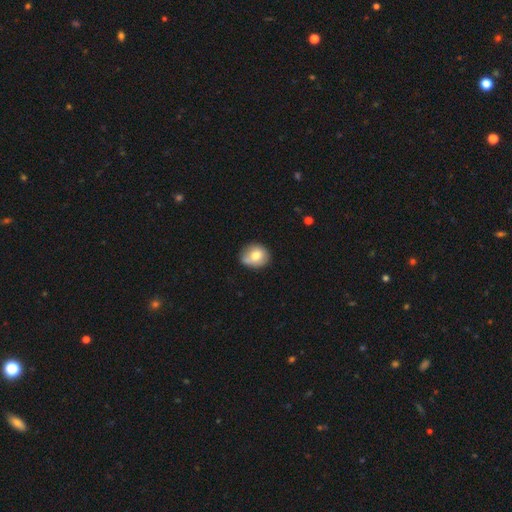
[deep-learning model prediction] Smooth or featured?
  - smooth: 74% *
  - featured or disk: 17%
  - star or artifact: 9%
How rounded?
  - round: 73% *
  - in between: 26%
  - cigar-shaped: 1%
Merging?
  - none: 58% *
  - minor disturbance: 27%
  - merger: 9%
  - major disturbance: 6%